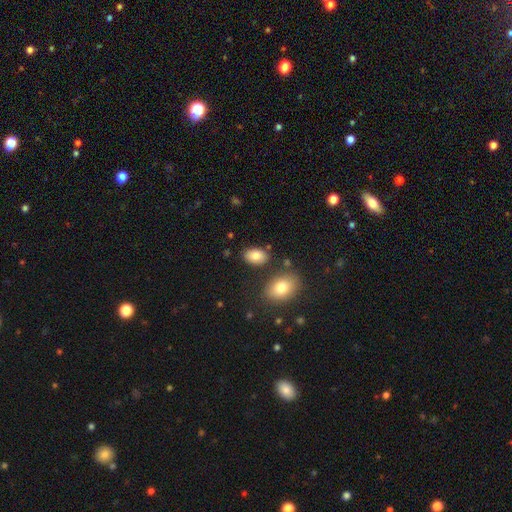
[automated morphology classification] type=smooth (84%); roundness=in between (89%); merging=none (81%).